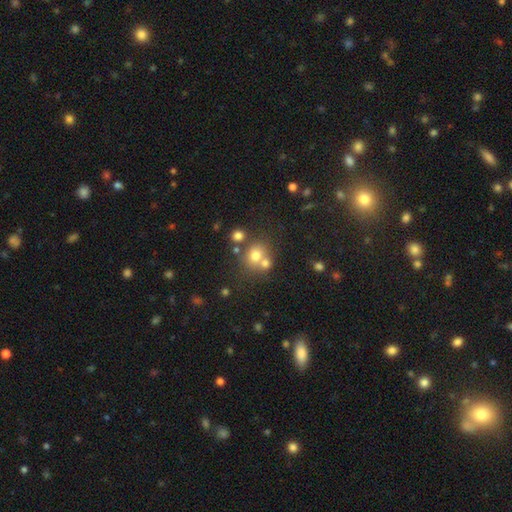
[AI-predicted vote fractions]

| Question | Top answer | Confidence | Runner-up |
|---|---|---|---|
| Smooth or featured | smooth | 71% | star or artifact (15%) |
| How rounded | round | 77% | in between (22%) |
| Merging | none | 50% | merger (37%) |